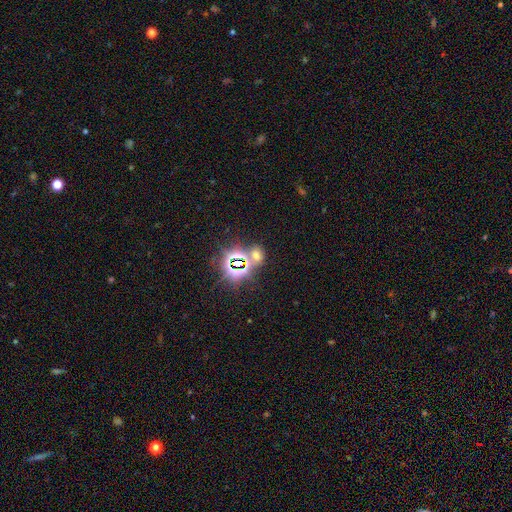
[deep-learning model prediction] Overall: star or artifact (58%; smooth 33%).